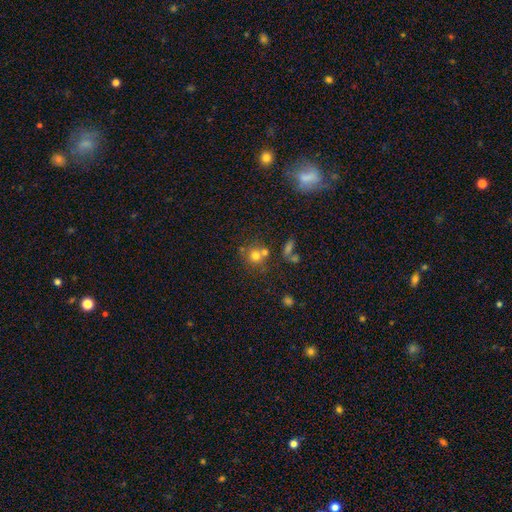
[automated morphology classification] Q: Smooth or featured?
A: smooth (69%); runner-up: star or artifact (16%)
Q: How rounded?
A: round (87%); runner-up: in between (12%)
Q: Merging?
A: none (54%); runner-up: merger (30%)